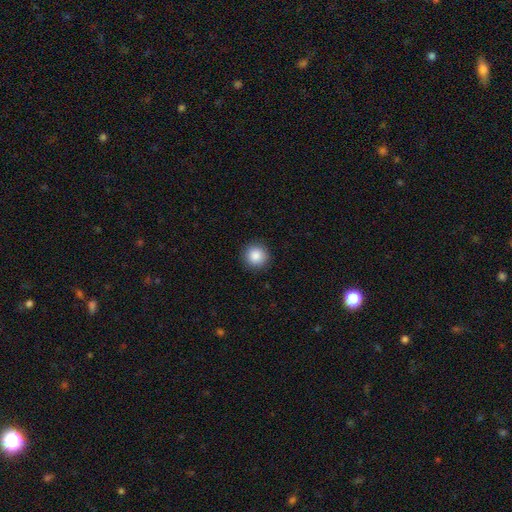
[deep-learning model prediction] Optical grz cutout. It shows a smooth galaxy with no disk features (87%) that is round (94%). Merging: none (91%).